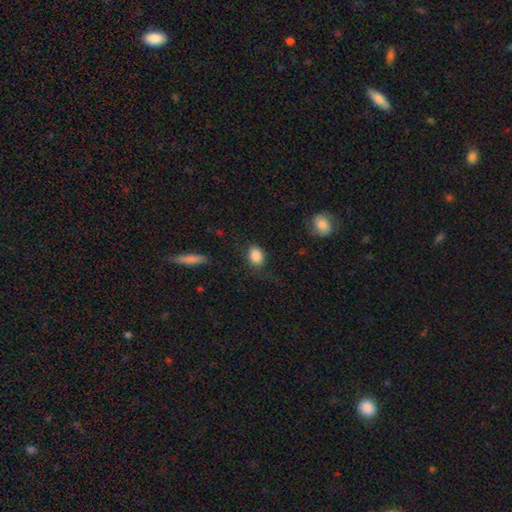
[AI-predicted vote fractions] Q: Smooth or featured?
A: smooth (87%); runner-up: star or artifact (8%)
Q: How rounded?
A: in between (78%); runner-up: round (20%)
Q: Merging?
A: none (71%); runner-up: minor disturbance (19%)